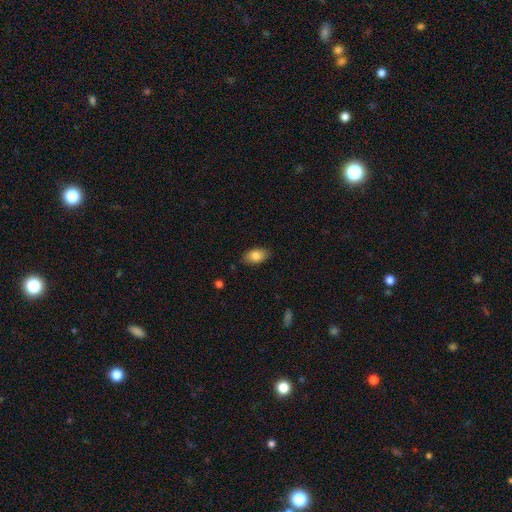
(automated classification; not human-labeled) Smooth or featured?
  - smooth: 83% *
  - featured or disk: 10%
  - star or artifact: 7%
How rounded?
  - in between: 92% *
  - round: 6%
  - cigar-shaped: 2%
Merging?
  - none: 85% *
  - minor disturbance: 11%
  - major disturbance: 2%
  - merger: 1%